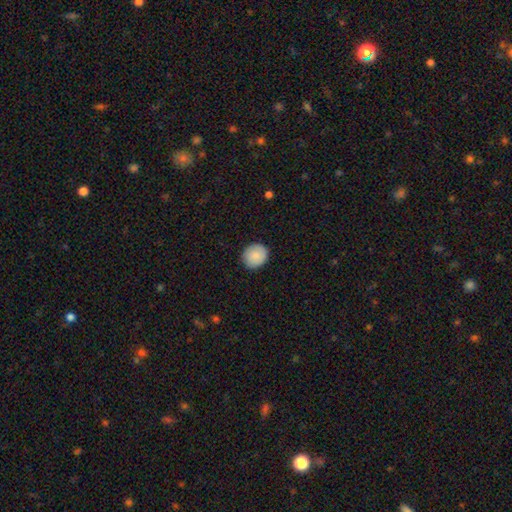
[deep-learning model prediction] This appears to be a smooth galaxy with no disk features (87%) that is round (82%). Merging: none (89%).